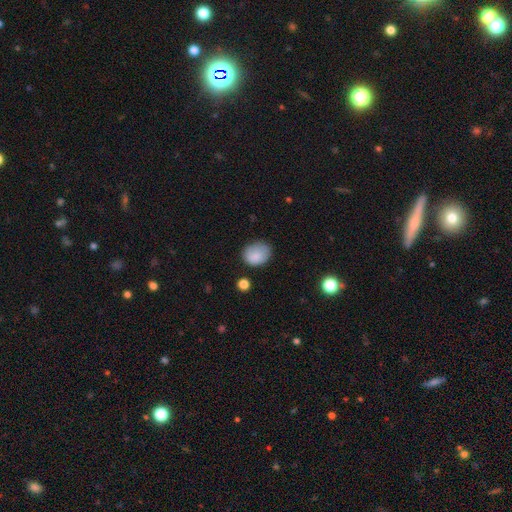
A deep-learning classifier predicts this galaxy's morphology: smooth_or_featured: smooth (p=0.83) [alt: featured or disk p=0.09]
how_rounded: round (p=0.50) [alt: in between p=0.49]
merging: none (p=0.72) [alt: minor disturbance p=0.21]